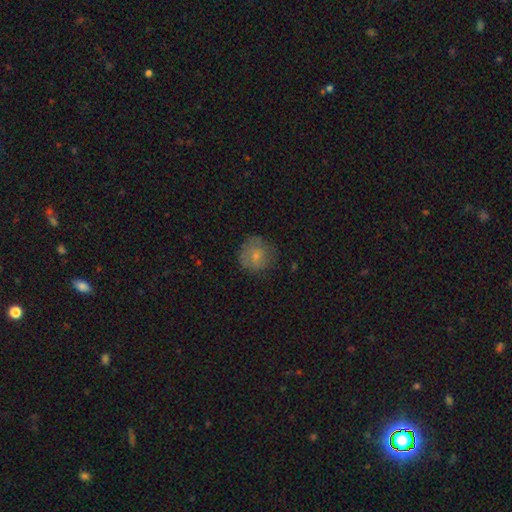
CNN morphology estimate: smooth 70%, featured or disk 20%, star or artifact 10%. Down the decision tree: how rounded — round (86%); merging — none (68%).